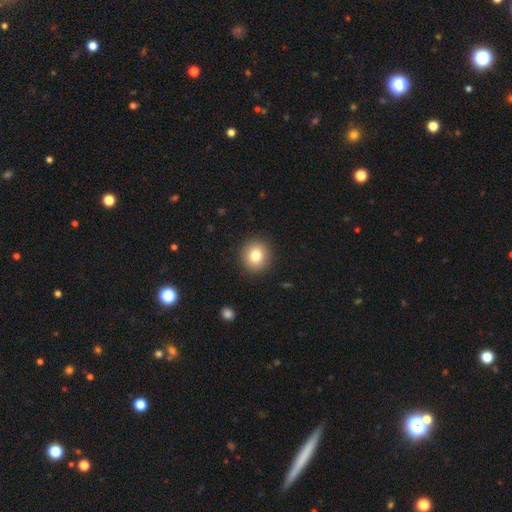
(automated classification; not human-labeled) Morphology: type=smooth (81%); roundness=round (89%); merging=none (91%).